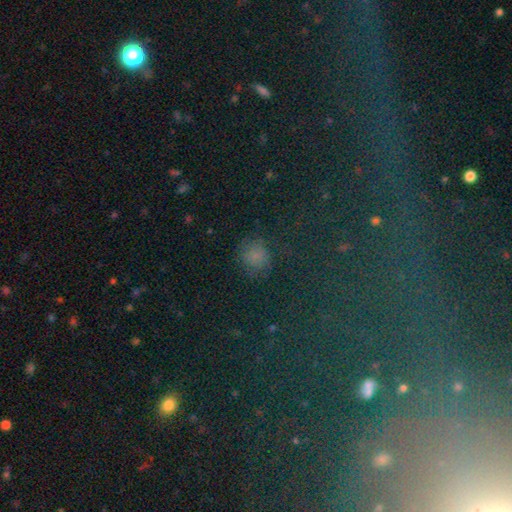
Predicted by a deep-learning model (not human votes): A smooth galaxy with no disk features (65%) that is round (78%).

Vote fractions:
- Smooth or featured? smooth: 65% / star or artifact: 24% / featured or disk: 11%
- How rounded? round: 78% / in between: 20% / cigar-shaped: 1%
- Merging? none: 71% / minor disturbance: 18% / major disturbance: 9% / merger: 2%